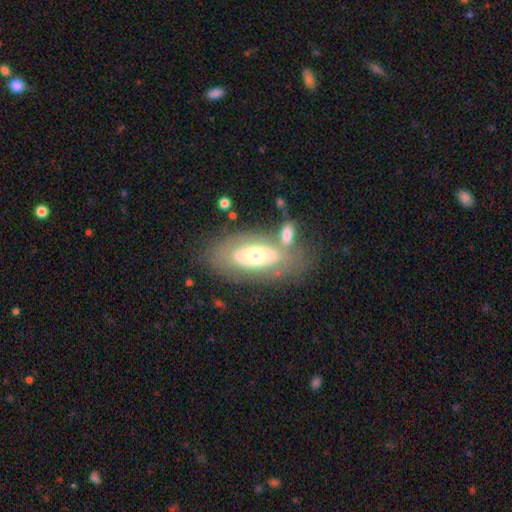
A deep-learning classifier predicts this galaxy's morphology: featured or disk 54%, smooth 39%, star or artifact 6%. Down the decision tree: edge-on disk — no (88%); merging — none (57%).